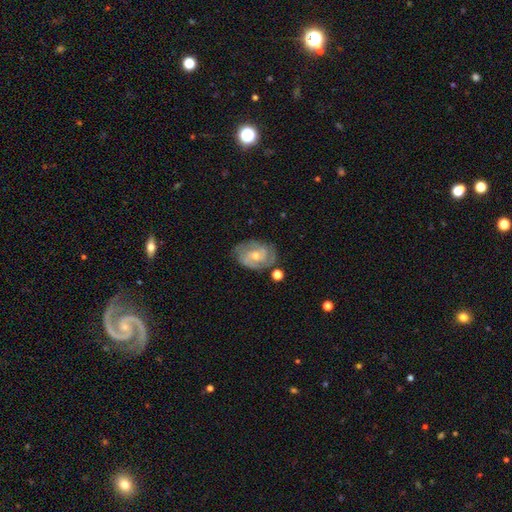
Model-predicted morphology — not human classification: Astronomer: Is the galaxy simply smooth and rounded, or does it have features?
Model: featured or disk — 80%.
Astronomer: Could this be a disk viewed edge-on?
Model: no — 97%.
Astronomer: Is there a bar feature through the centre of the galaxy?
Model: no — 53% (runner-up: weak, 39%).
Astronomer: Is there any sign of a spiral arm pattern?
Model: yes — 94%.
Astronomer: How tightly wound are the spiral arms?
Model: tight — 58% (runner-up: medium, 34%).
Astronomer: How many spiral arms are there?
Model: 2 — 48%.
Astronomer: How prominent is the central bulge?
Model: moderate — 49% (runner-up: small, 47%).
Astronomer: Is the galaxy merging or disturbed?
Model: none — 76%.